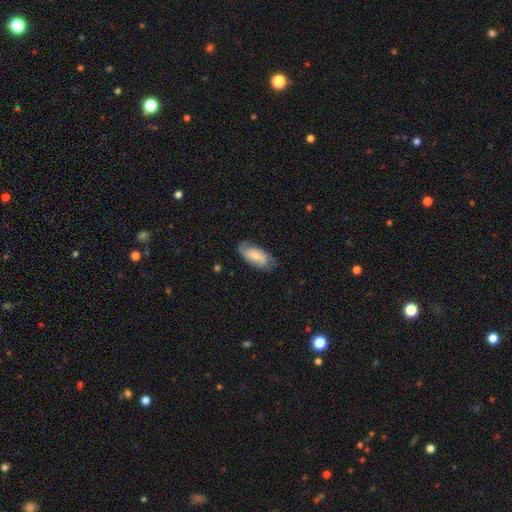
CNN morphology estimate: The model was most divided on "smooth or featured": smooth: 51%, featured or disk: 43%, star or artifact: 7%. More confident: how rounded — in between (91%); merging — none (66%).